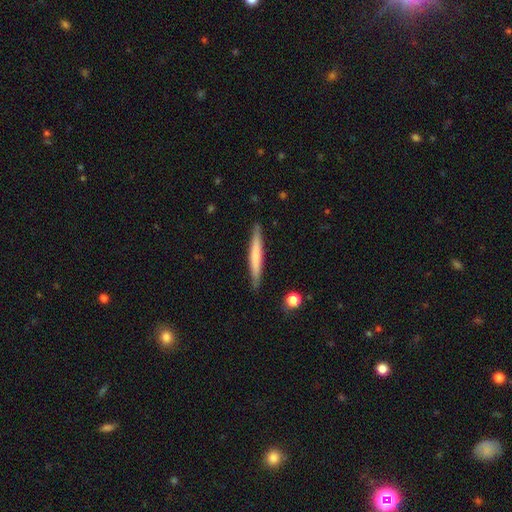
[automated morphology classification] Overall: smooth (59%; featured or disk 36%). How rounded: cigar-shaped (96%). Merging: none (88%).